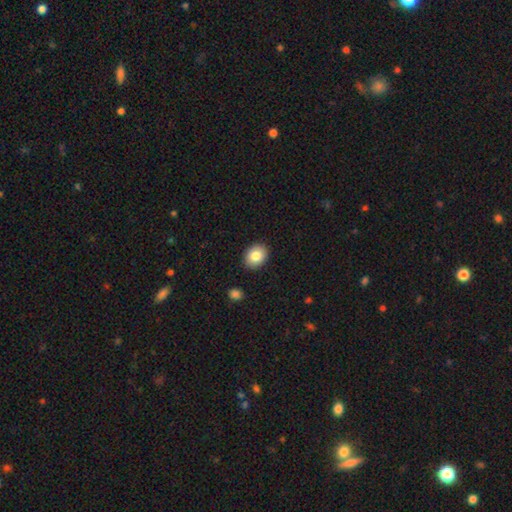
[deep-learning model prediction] This appears to be a smooth galaxy with no disk features (84%) that is in between round and cigar-shaped (53%). Merging: none (90%).